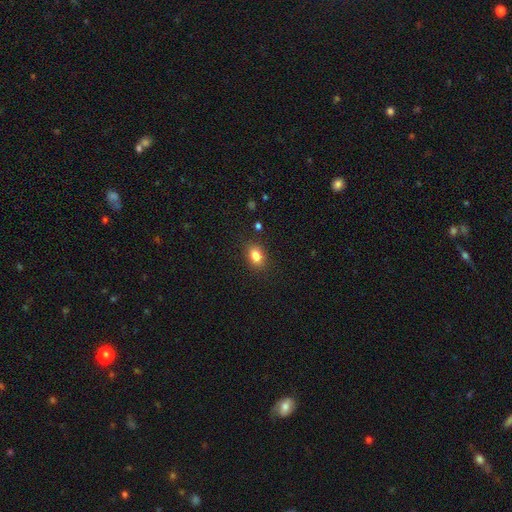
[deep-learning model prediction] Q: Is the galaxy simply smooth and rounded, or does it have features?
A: smooth — 83%.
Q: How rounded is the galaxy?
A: in between — 77%.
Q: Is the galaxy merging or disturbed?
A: none — 86%.